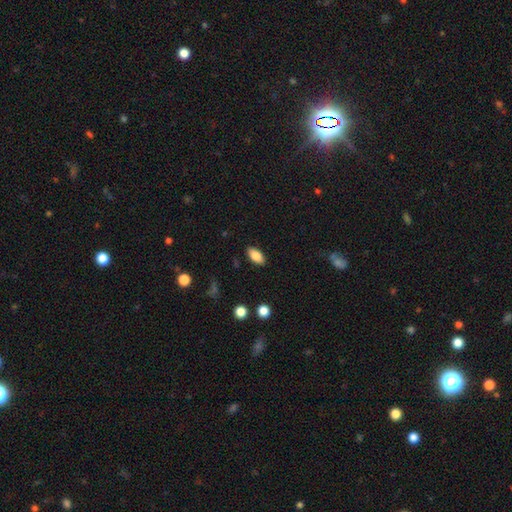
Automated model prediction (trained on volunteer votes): Smooth or featured?
  - smooth: 84% *
  - featured or disk: 8%
  - star or artifact: 8%
How rounded?
  - in between: 91% *
  - cigar-shaped: 6%
  - round: 3%
Merging?
  - none: 88% *
  - minor disturbance: 9%
  - major disturbance: 2%
  - merger: 1%